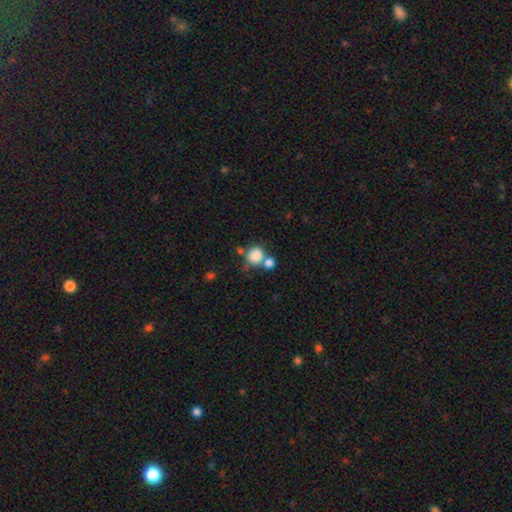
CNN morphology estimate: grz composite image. It shows a smooth galaxy with no disk features (83%) that is round (74%). Merging: none (44%).